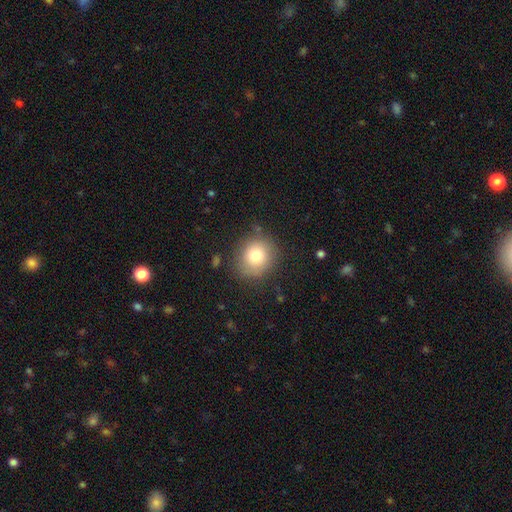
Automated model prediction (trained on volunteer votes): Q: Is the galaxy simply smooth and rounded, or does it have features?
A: smooth — 78%.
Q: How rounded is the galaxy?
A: round — 84%.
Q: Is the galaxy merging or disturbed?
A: none — 83%.